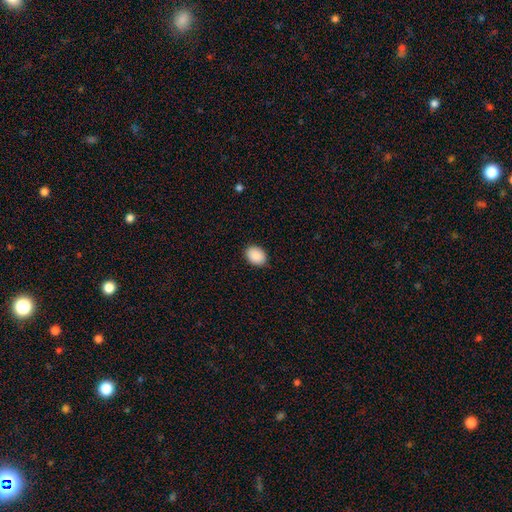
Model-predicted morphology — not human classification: Q: Smooth or featured?
A: smooth (90%); runner-up: star or artifact (7%)
Q: How rounded?
A: in between (67%); runner-up: round (32%)
Q: Merging?
A: none (89%); runner-up: minor disturbance (8%)